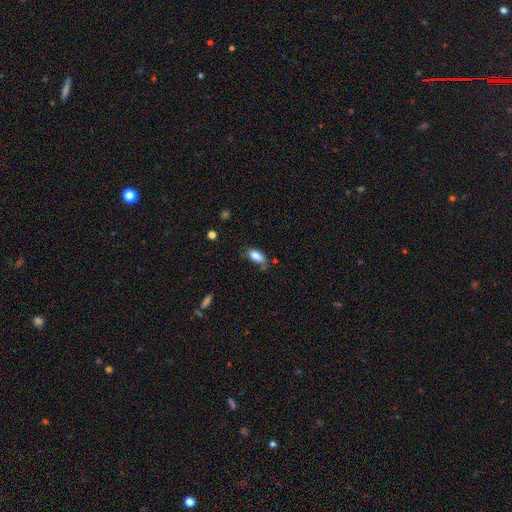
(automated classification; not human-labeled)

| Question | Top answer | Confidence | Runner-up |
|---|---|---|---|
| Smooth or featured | smooth | 83% | featured or disk (9%) |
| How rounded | in between | 86% | cigar-shaped (11%) |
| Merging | none | 57% | minor disturbance (29%) |